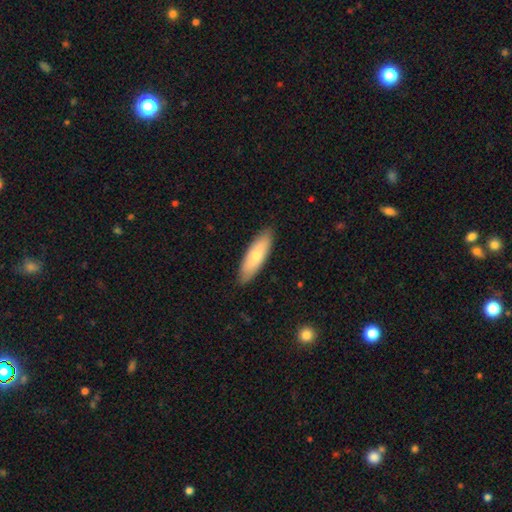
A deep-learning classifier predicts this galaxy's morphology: smooth 71%, featured or disk 24%, star or artifact 5%. Down the decision tree: how rounded — cigar-shaped (49%, tied with in between); merging — none (87%).